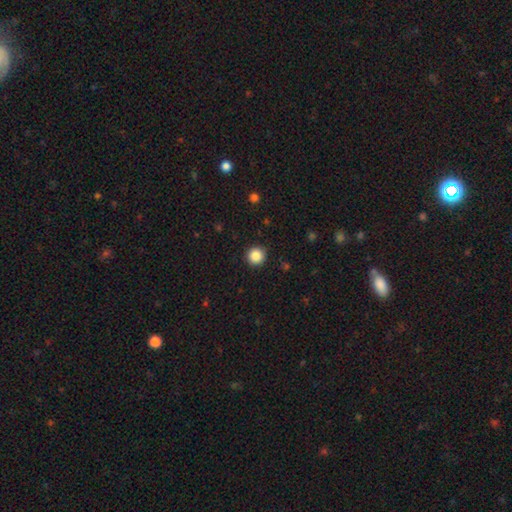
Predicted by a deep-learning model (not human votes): A smooth galaxy with no disk features (87%) that is round (95%).

Vote fractions:
- Smooth or featured? smooth: 87% / star or artifact: 10% / featured or disk: 3%
- How rounded? round: 95% / in between: 4% / cigar-shaped: 1%
- Merging? none: 92% / minor disturbance: 5% / major disturbance: 2% / merger: 1%